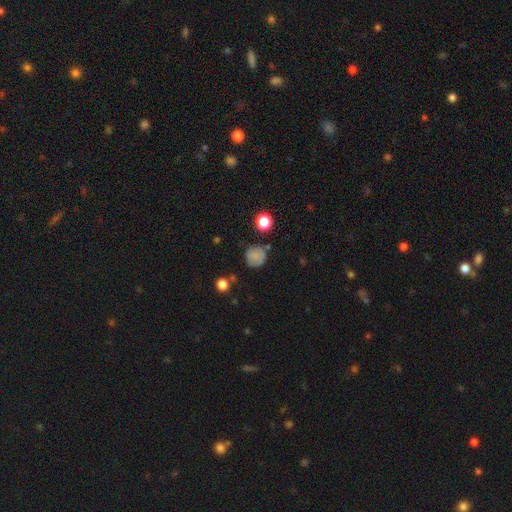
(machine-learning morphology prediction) Smooth or featured? Predicted: smooth (p=0.73). How rounded? Predicted: round (p=0.88). Merging? Predicted: none (p=0.71).